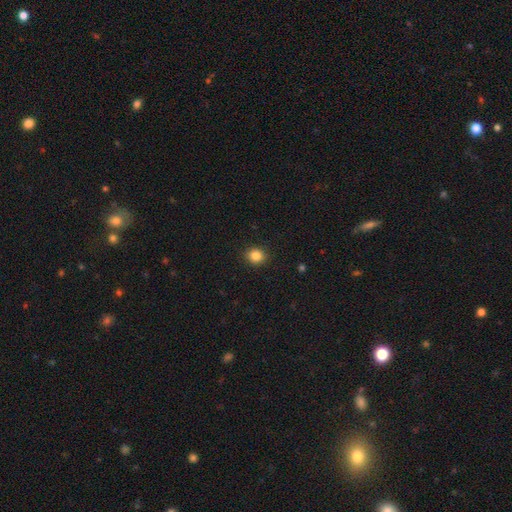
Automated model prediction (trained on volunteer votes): This appears to be a smooth galaxy with no disk features (85%) that is round (77%). Merging: none (91%).